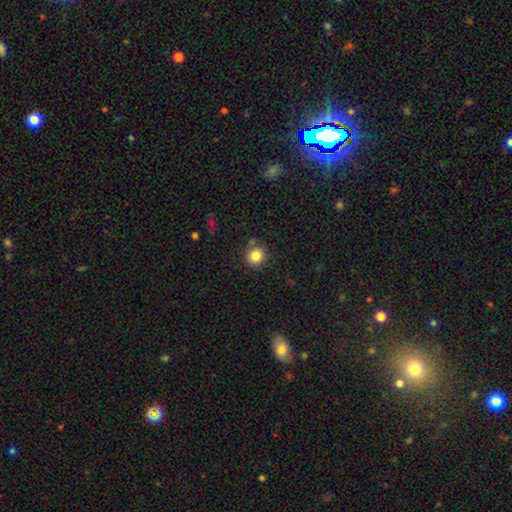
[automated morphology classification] smooth_or_featured: smooth (p=0.84) [alt: star or artifact p=0.11]
how_rounded: round (p=0.90) [alt: in between p=0.10]
merging: none (p=0.81) [alt: minor disturbance p=0.10]